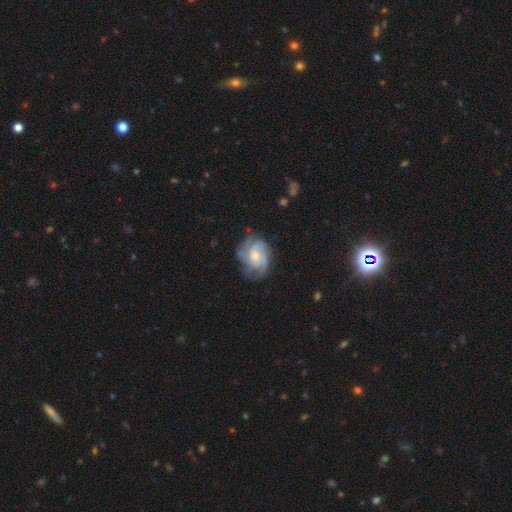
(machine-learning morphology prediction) Q: Smooth or featured?
A: featured or disk (78%); runner-up: smooth (16%)
Q: Edge-on disk?
A: no (98%); runner-up: yes (2%)
Q: Bar?
A: no (62%); runner-up: weak (32%)
Q: Spiral arms?
A: yes (93%); runner-up: no (7%)
Q: Spiral winding?
A: medium (44%); runner-up: tight (43%)
Q: Spiral arm count?
A: 3 (35%); runner-up: 2 (30%)
Q: Bulge size?
A: moderate (48%); runner-up: small (42%)
Q: Merging?
A: none (63%); runner-up: minor disturbance (24%)